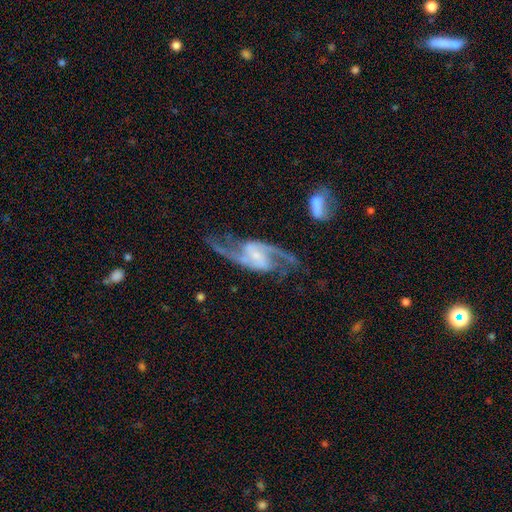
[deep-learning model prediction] Morphology: type=featured or disk (92%); edge-on=no (97%); bar=weak (46%); spiral arms=yes (98%); winding=loose (52%); arm count=2 (94%); bulge=small (49%); merging=none (71%).